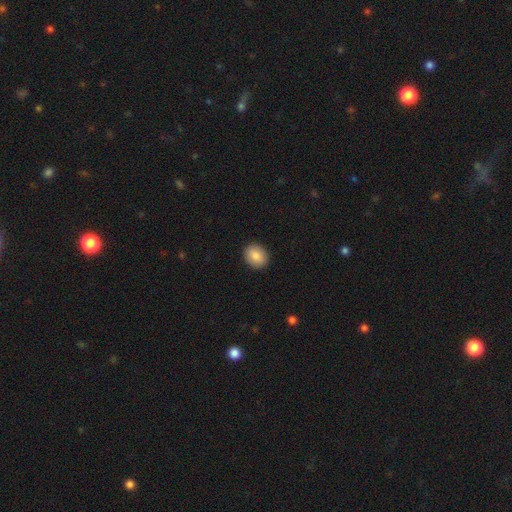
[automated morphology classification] smooth-or-featured: smooth: 86% | star or artifact: 8% | featured or disk: 6%
  how-rounded: round: 62% | in between: 37% | cigar-shaped: 1%
  merging: none: 91% | minor disturbance: 6% | major disturbance: 2% | merger: 1%